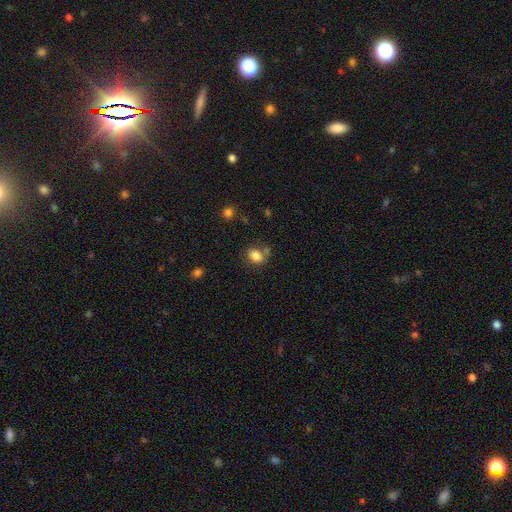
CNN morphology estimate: Smooth or featured? Predicted: smooth (p=0.84). How rounded? Predicted: in between (p=0.65). Merging? Predicted: none (p=0.64).